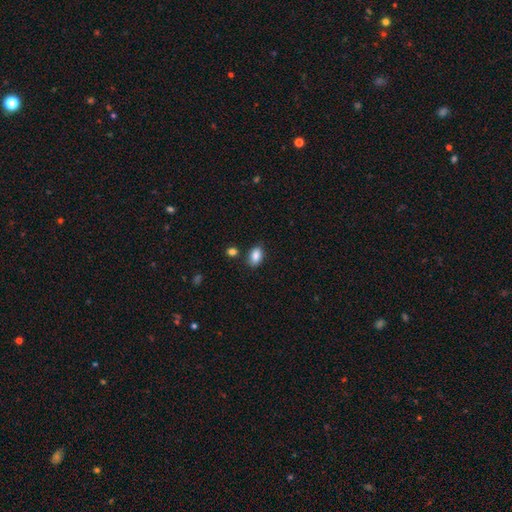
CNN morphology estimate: Smooth or featured?
  - smooth: 87% *
  - star or artifact: 8%
  - featured or disk: 5%
How rounded?
  - in between: 87% *
  - round: 11%
  - cigar-shaped: 2%
Merging?
  - none: 80% *
  - minor disturbance: 12%
  - merger: 5%
  - major disturbance: 3%